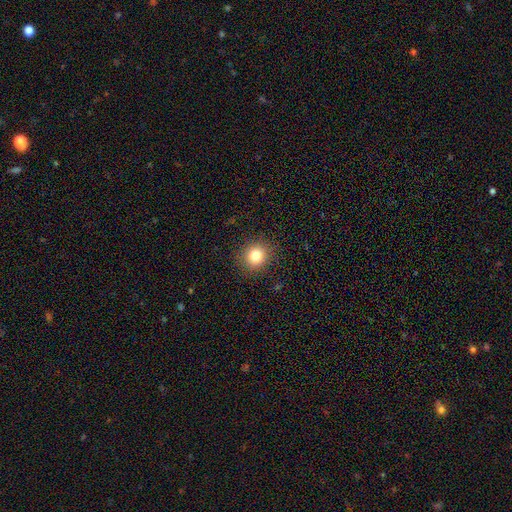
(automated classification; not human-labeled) This appears to be a smooth galaxy with no disk features (81%) that is round (89%). Merging: none (89%).